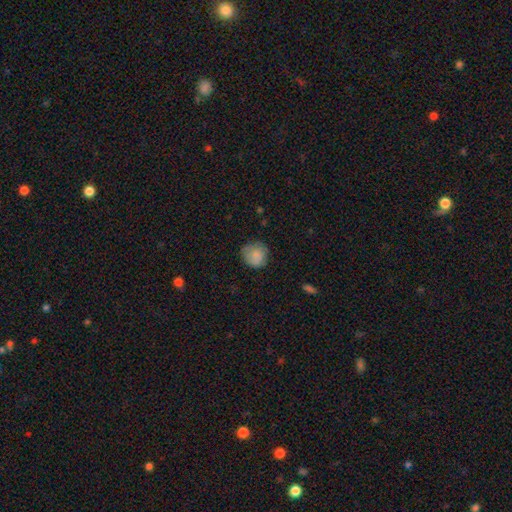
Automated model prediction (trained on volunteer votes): Smooth or featured? smooth (82%)
How rounded? round (87%)
Merging? none (72%)